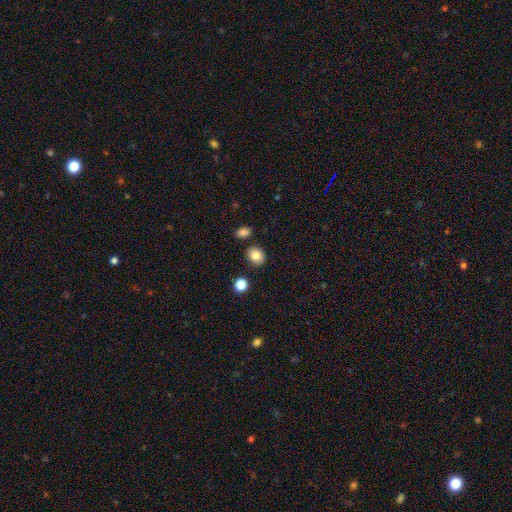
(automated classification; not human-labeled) The model was most divided on "how rounded": round: 65%, in between: 34%, cigar-shaped: 1%. More confident: merging — none (84%); smooth or featured — smooth (82%).